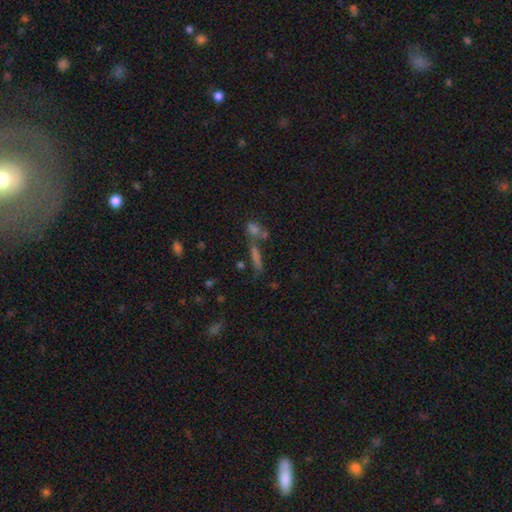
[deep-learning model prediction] Q: Smooth or featured?
A: smooth (48%); runner-up: star or artifact (28%)
Q: Merging?
A: none (55%); runner-up: merger (29%)